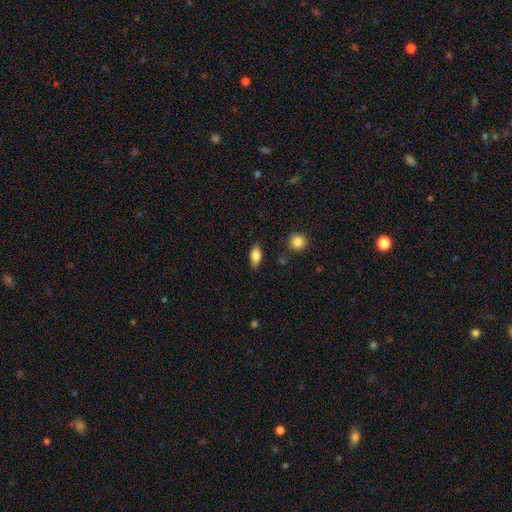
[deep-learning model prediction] Smooth or featured? smooth (78%)
How rounded? in between (84%)
Merging? none (82%)